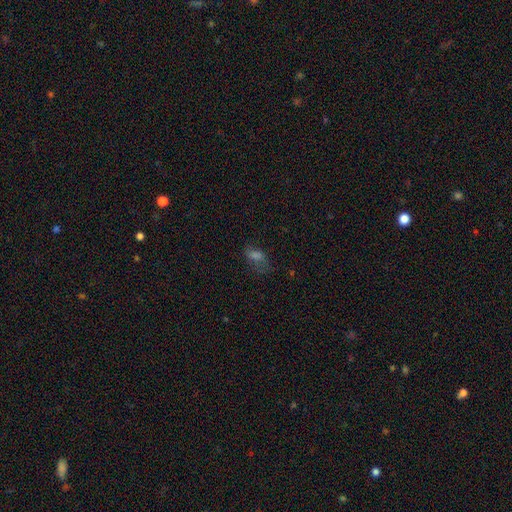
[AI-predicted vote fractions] This is possibly a smooth galaxy (55%). How rounded: clearly in between (82%). Merging: possibly none (49%).